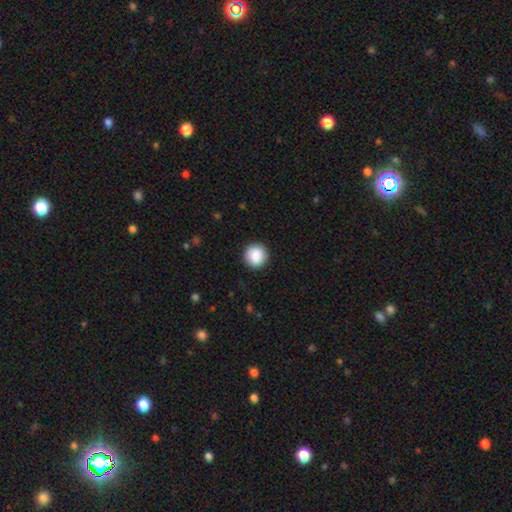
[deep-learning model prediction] Smooth or featured: smooth — 88% (star or artifact — 7%)
How rounded: round — 95% (in between — 4%)
Merging: none — 92% (minor disturbance — 5%)